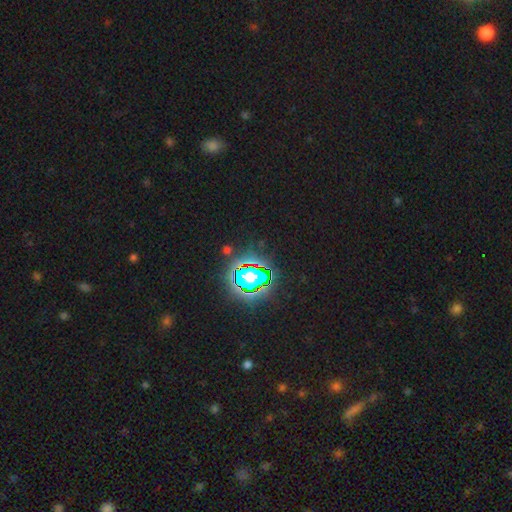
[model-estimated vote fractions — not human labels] Morphology: type=star or artifact (84%).